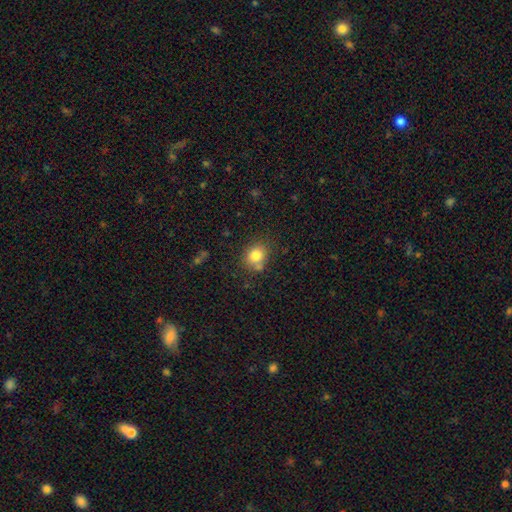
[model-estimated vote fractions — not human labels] A smooth galaxy with no disk features (81%) that is round (69%).

Vote fractions:
- Smooth or featured? smooth: 81% / star or artifact: 11% / featured or disk: 8%
- How rounded? round: 69% / in between: 30% / cigar-shaped: 1%
- Merging? none: 70% / minor disturbance: 15% / merger: 10% / major disturbance: 5%